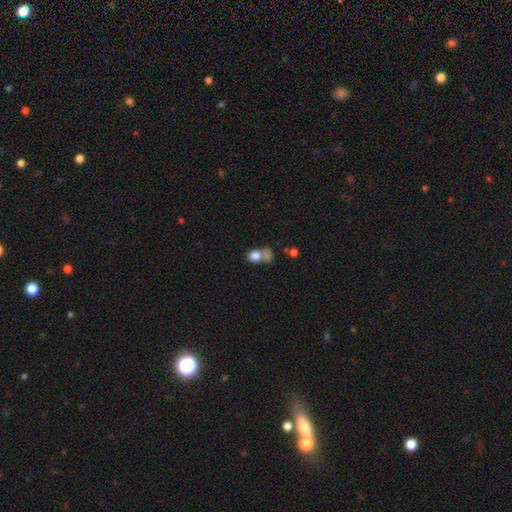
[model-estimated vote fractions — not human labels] Q: Smooth or featured?
A: smooth (78%); runner-up: featured or disk (11%)
Q: How rounded?
A: round (49%); tied with: in between (49%)
Q: Merging?
A: merger (46%); runner-up: none (30%)